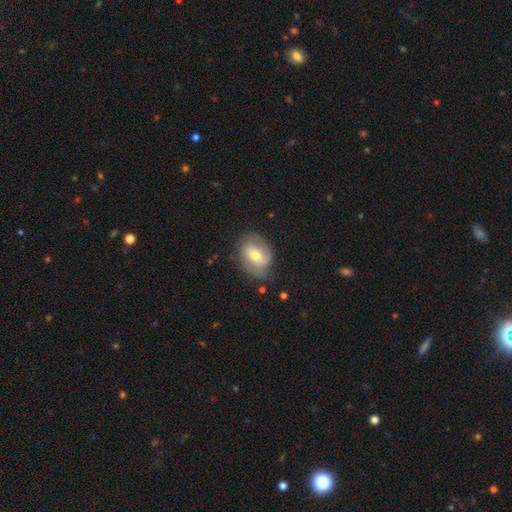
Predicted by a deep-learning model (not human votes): This is possibly a featured or disk galaxy (50%). Merging: likely none (72%).